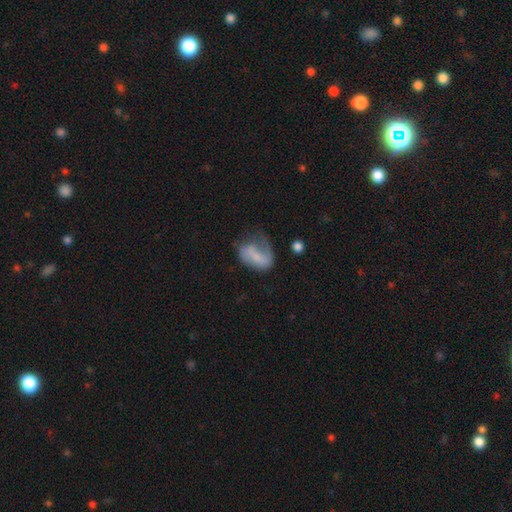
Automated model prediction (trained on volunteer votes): Overall: smooth (49%; featured or disk 42%). Merging: major disturbance (37%; none 31%).